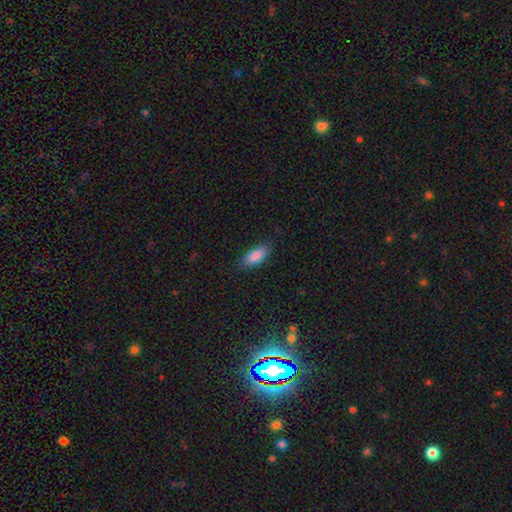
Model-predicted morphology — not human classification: The model was most divided on "merging": none: 83%, minor disturbance: 13%, major disturbance: 3%, merger: 1%. More confident: smooth or featured — smooth (87%); how rounded — in between (86%).